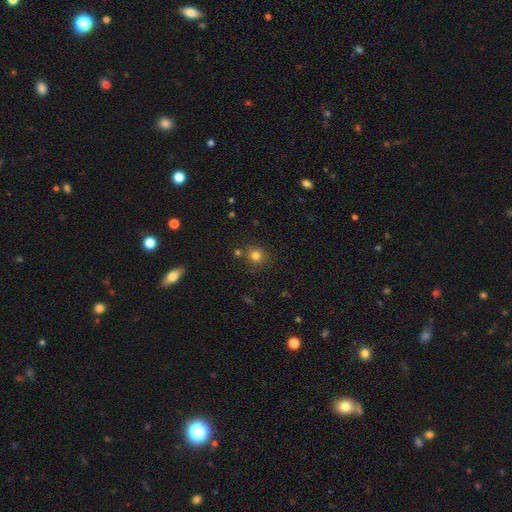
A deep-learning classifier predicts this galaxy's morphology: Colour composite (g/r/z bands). It shows a smooth galaxy with no disk features (78%) that is round (91%). Merging: none (81%).